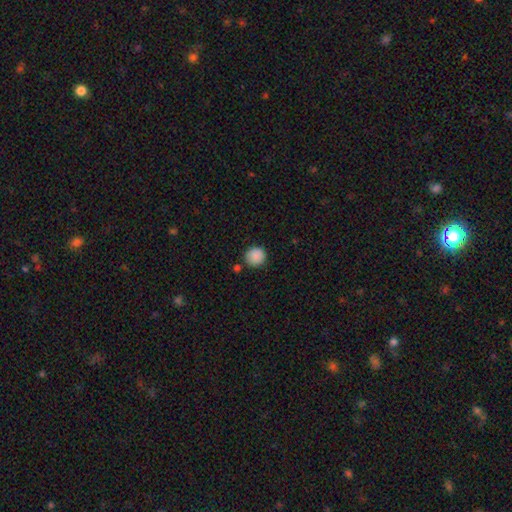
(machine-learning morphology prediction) Smooth or featured: smooth — 88% (star or artifact — 9%)
How rounded: round — 91% (in between — 8%)
Merging: none — 82% (minor disturbance — 10%)